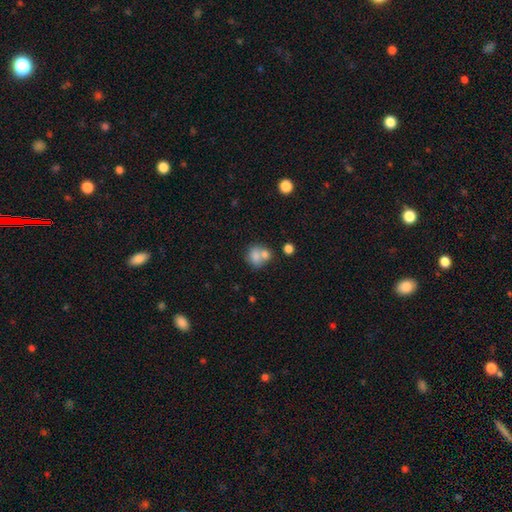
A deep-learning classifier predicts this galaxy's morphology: smooth_or_featured: smooth (p=0.74) [alt: featured or disk p=0.16]
how_rounded: round (p=0.62) [alt: in between p=0.37]
merging: merger (p=0.52) [alt: none p=0.33]